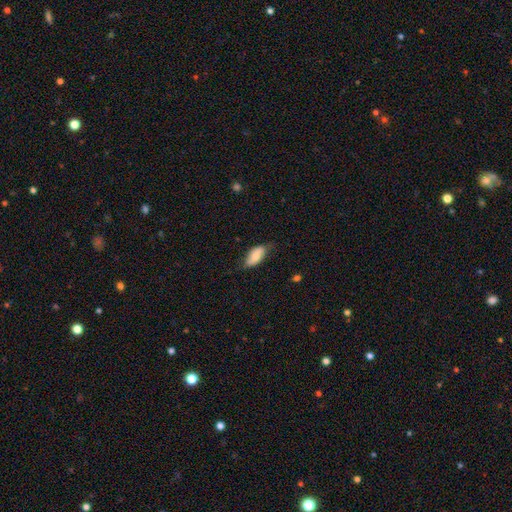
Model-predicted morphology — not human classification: The model was most divided on "merging": none: 61%, minor disturbance: 30%, major disturbance: 7%, merger: 2%. More confident: how rounded — in between (89%); smooth or featured — smooth (77%).